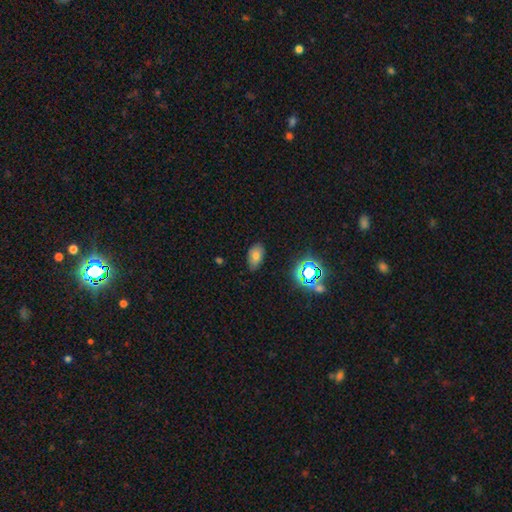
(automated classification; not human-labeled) smooth_or_featured: smooth (p=0.72) [alt: star or artifact p=0.18]
how_rounded: in between (p=0.91) [alt: round p=0.07]
merging: none (p=0.80) [alt: minor disturbance p=0.15]